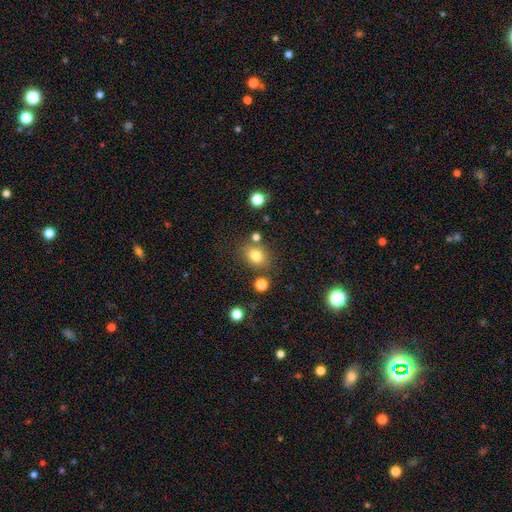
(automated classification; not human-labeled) The model was most divided on "how rounded": round: 52%, in between: 47%, cigar-shaped: 1%. More confident: smooth or featured — smooth (79%); merging — none (74%).